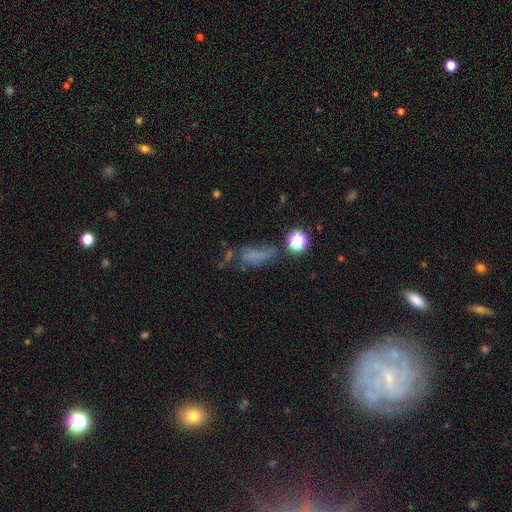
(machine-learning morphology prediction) A smooth galaxy with no disk features (41%). Merging: none (35%).